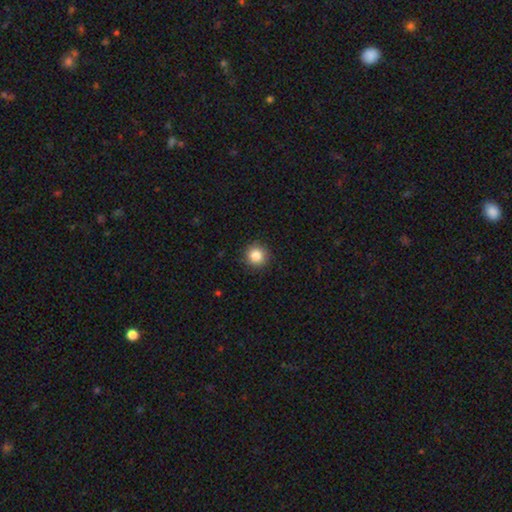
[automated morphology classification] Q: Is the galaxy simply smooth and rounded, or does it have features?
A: smooth — 84%.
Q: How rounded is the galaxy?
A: round — 94%.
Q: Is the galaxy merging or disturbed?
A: none — 91%.